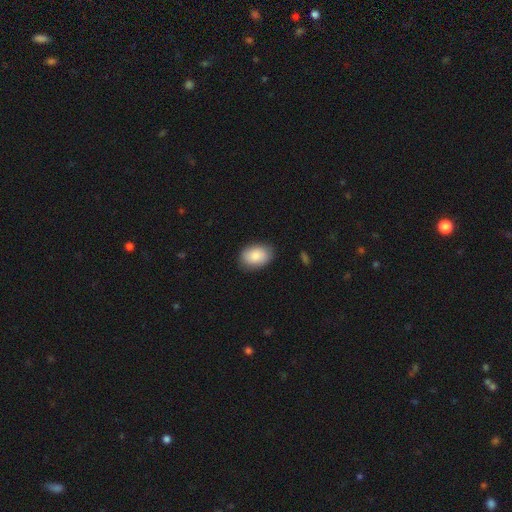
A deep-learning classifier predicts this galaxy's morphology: A smooth galaxy with no disk features (86%) that is in between round and cigar-shaped (85%).

Vote fractions:
- Smooth or featured? smooth: 86% / featured or disk: 8% / star or artifact: 6%
- How rounded? in between: 85% / round: 14% / cigar-shaped: 1%
- Merging? none: 84% / minor disturbance: 12% / major disturbance: 3% / merger: 1%